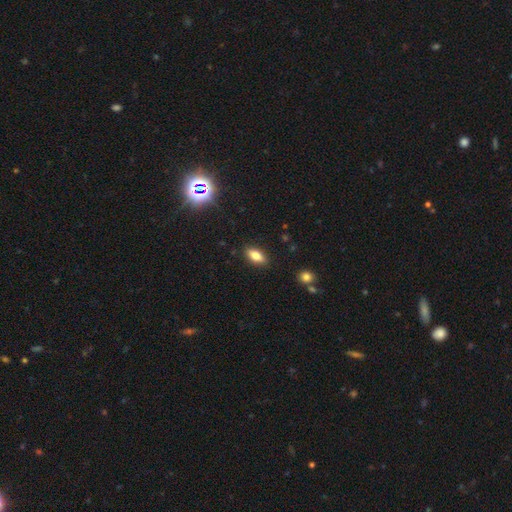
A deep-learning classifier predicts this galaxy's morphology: Overall: smooth (79%). How rounded: in between (84%). Merging: none (88%).